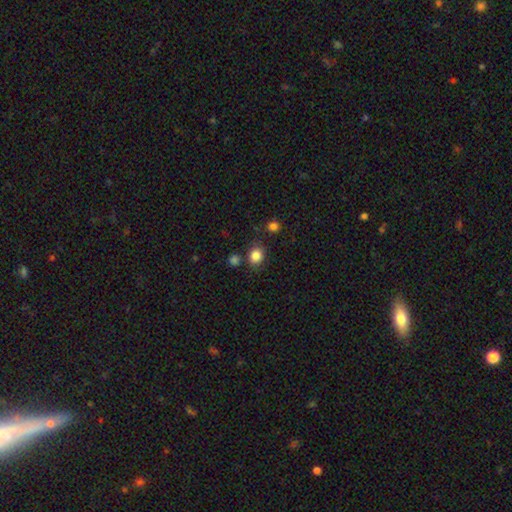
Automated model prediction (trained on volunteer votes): smooth 84%, star or artifact 11%, featured or disk 5%. Down the decision tree: how rounded — round (66%); merging — none (78%).